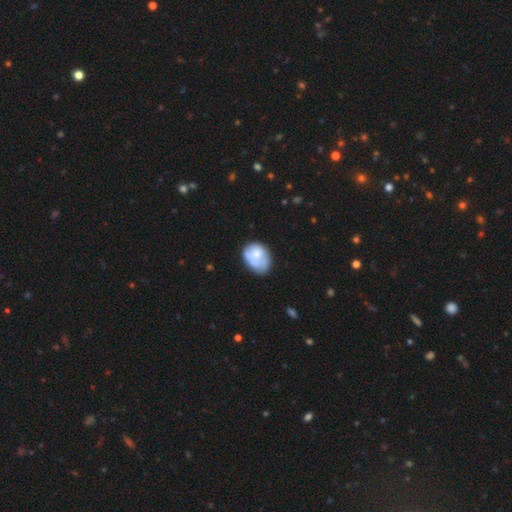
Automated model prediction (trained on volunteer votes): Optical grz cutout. It shows a smooth galaxy with no disk features (62%) that is in between round and cigar-shaped (66%). Merging: none (48%).